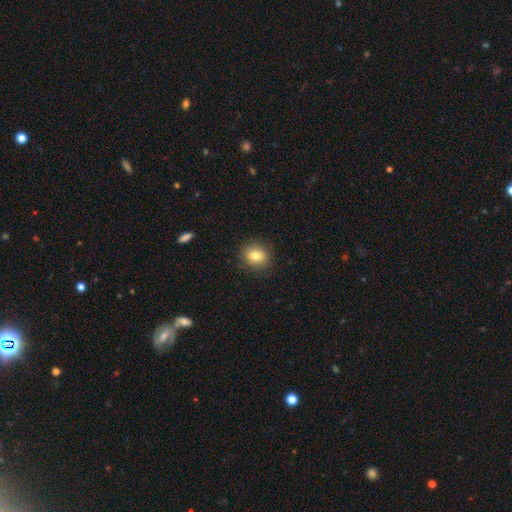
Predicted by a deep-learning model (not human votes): Smooth or featured?
  - smooth: 82% *
  - star or artifact: 10%
  - featured or disk: 8%
How rounded?
  - round: 70% *
  - in between: 29%
  - cigar-shaped: 1%
Merging?
  - none: 88% *
  - minor disturbance: 8%
  - major disturbance: 2%
  - merger: 1%